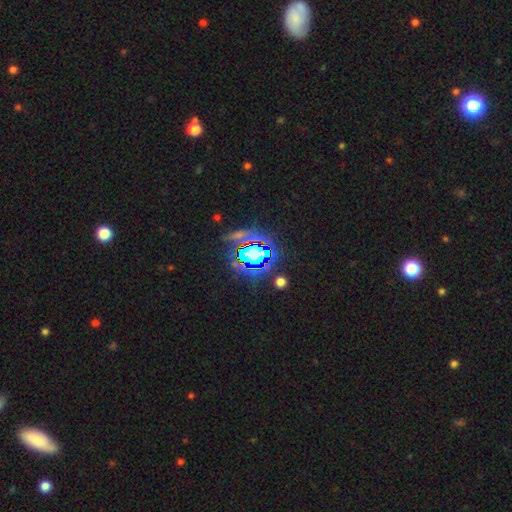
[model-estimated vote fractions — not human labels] Q: Smooth or featured?
A: star or artifact (84%); runner-up: smooth (9%)